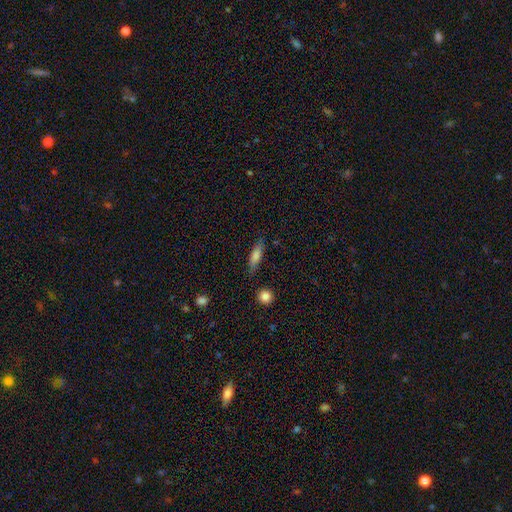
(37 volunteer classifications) Smooth or featured? 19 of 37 (51%) said smooth. How rounded? 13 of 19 (68%) said cigar-shaped. Merging? 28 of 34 (82%) said none.